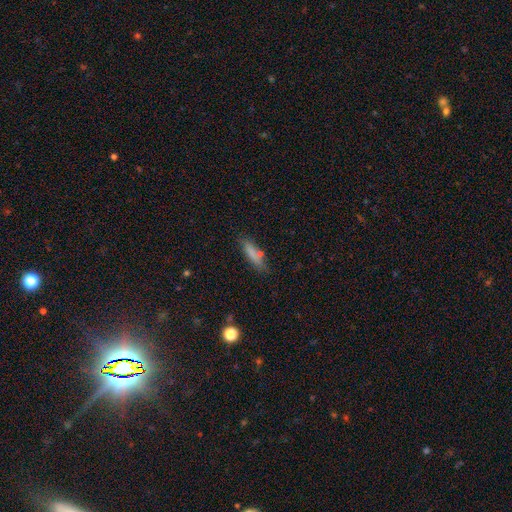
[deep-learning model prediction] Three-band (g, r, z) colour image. It shows a smooth galaxy with no disk features (74%) that is cigar-shaped (76%). Merging: none (77%).